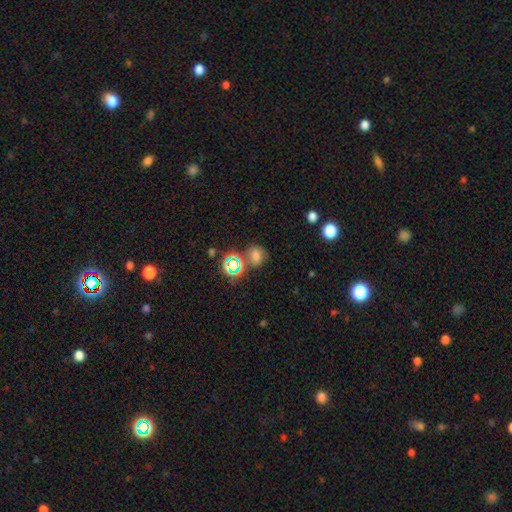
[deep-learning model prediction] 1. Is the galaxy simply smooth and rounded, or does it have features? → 47% smooth, 36% star or artifact, 18% featured or disk.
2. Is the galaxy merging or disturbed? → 61% none, 16% minor disturbance, 14% merger, 8% major disturbance.